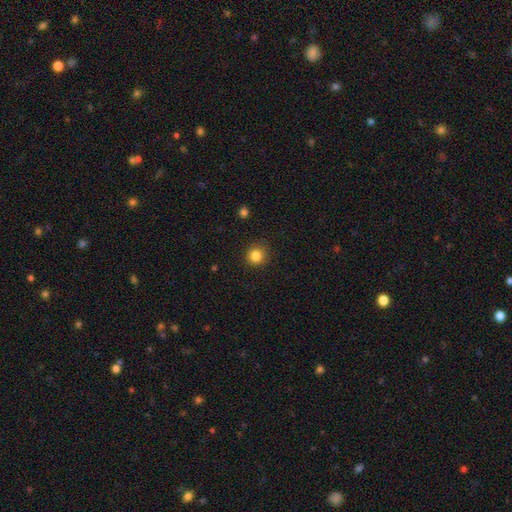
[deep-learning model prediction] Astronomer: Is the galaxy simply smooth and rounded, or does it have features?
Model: smooth — 84%.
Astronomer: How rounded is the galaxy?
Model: round — 92%.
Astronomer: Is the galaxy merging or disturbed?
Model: none — 90%.